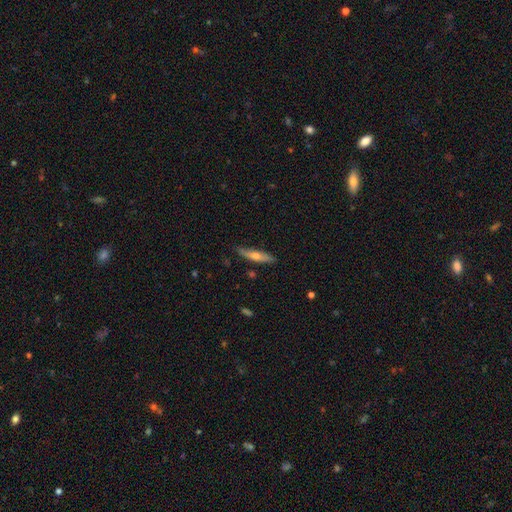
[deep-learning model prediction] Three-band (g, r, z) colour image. It shows a smooth galaxy with no disk features (48%). Merging: none (83%).